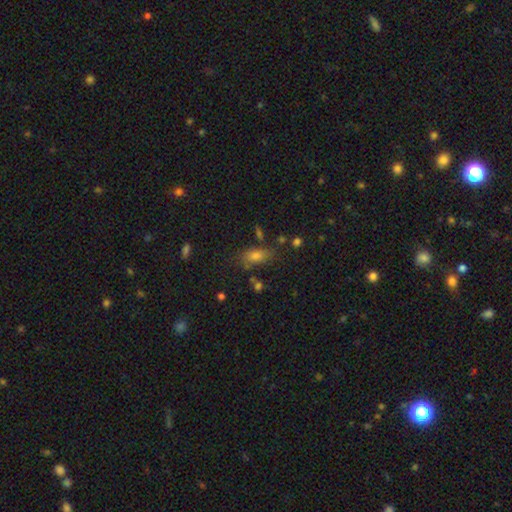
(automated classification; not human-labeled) Smooth or featured? smooth (68%)
How rounded? in between (77%)
Merging? none (69%)